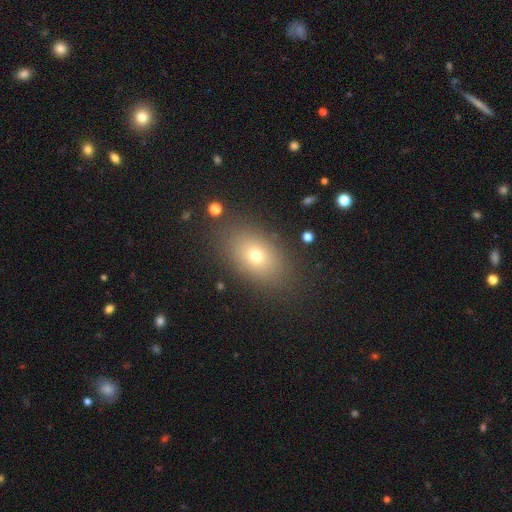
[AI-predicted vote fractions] smooth-or-featured: smooth: 70% | featured or disk: 16% | star or artifact: 14%
  how-rounded: in between: 78% | round: 20% | cigar-shaped: 2%
  merging: none: 83% | minor disturbance: 10% | major disturbance: 5% | merger: 2%